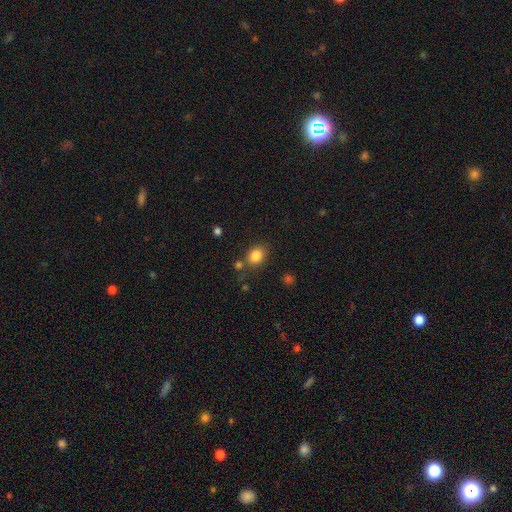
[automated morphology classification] Overall: smooth (84%). How rounded: round (54%; in between 45%). Merging: none (73%).